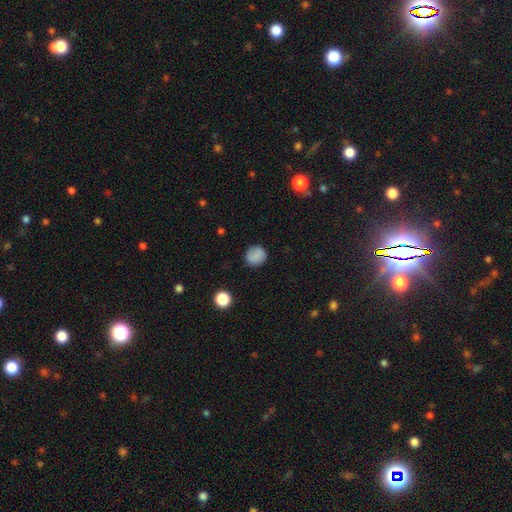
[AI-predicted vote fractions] A smooth galaxy with no disk features (83%) that is round (86%).

Vote fractions:
- Smooth or featured? smooth: 83% / star or artifact: 9% / featured or disk: 8%
- How rounded? round: 86% / in between: 13% / cigar-shaped: 1%
- Merging? none: 86% / minor disturbance: 10% / major disturbance: 3% / merger: 1%